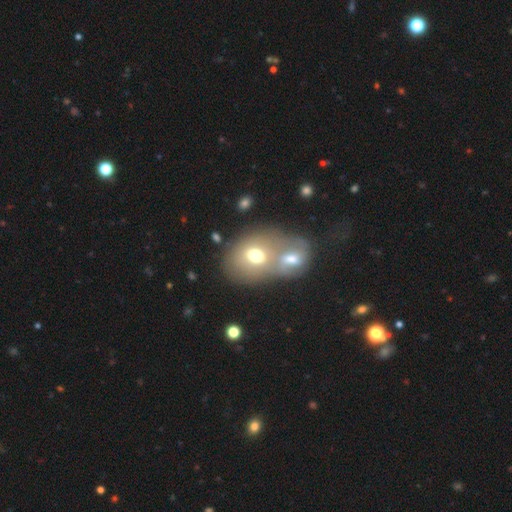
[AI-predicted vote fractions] Smooth or featured? Predicted: smooth (p=0.65). How rounded? Predicted: in between (p=0.54). Merging? Predicted: merger (p=0.61).